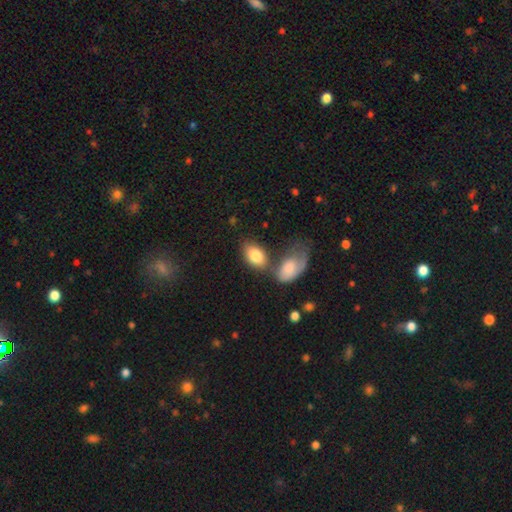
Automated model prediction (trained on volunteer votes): smooth 81%, featured or disk 13%, star or artifact 7%. Down the decision tree: how rounded — in between (90%); merging — none (49%).